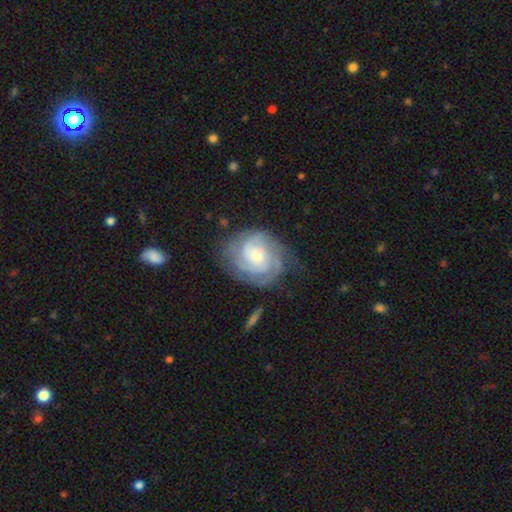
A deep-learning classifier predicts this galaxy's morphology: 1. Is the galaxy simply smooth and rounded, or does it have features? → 81% featured or disk, 13% smooth, 6% star or artifact.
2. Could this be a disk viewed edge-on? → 98% no, 2% yes.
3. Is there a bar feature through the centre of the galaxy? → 61% no, 33% weak, 6% strong.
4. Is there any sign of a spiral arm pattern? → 96% yes, 4% no.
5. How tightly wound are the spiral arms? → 68% tight, 27% medium, 6% loose.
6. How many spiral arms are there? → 29% can't tell, 27% 2, 24% 3, 10% 4, 5% 1, 5% more than 4.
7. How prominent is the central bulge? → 48% small, 36% moderate, 8% large, 6% none, 2% dominant.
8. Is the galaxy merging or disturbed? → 69% none, 20% minor disturbance, 9% major disturbance, 2% merger.